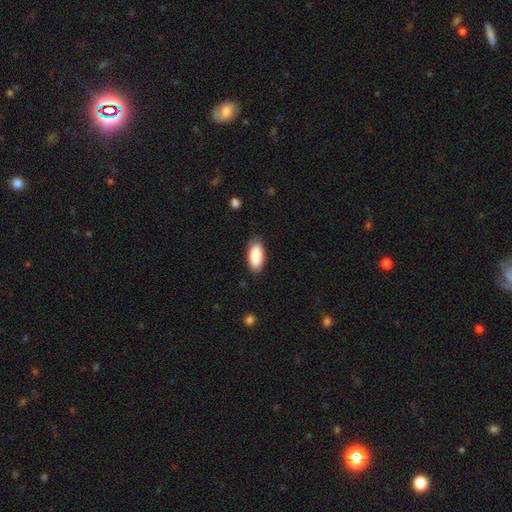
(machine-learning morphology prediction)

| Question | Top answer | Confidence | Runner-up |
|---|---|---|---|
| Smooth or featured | smooth | 87% | featured or disk (7%) |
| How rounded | in between | 89% | cigar-shaped (9%) |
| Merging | none | 81% | minor disturbance (15%) |